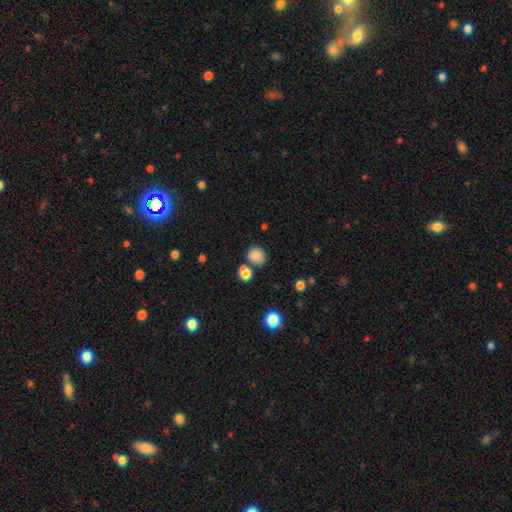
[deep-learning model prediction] smooth_or_featured: smooth (p=0.83) [alt: star or artifact p=0.11]
how_rounded: round (p=0.77) [alt: in between p=0.22]
merging: none (p=0.60) [alt: merger p=0.20]